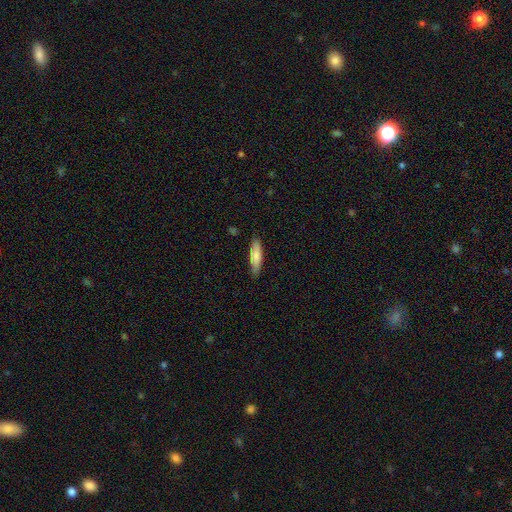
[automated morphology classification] This is likely a smooth galaxy (78%). How rounded: likely cigar-shaped (62%). Merging: clearly none (83%).